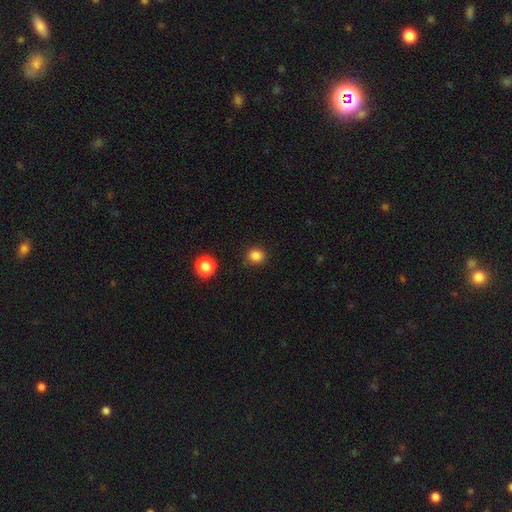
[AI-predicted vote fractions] Smooth or featured? Predicted: smooth (p=0.83). How rounded? Predicted: round (p=0.83). Merging? Predicted: none (p=0.87).